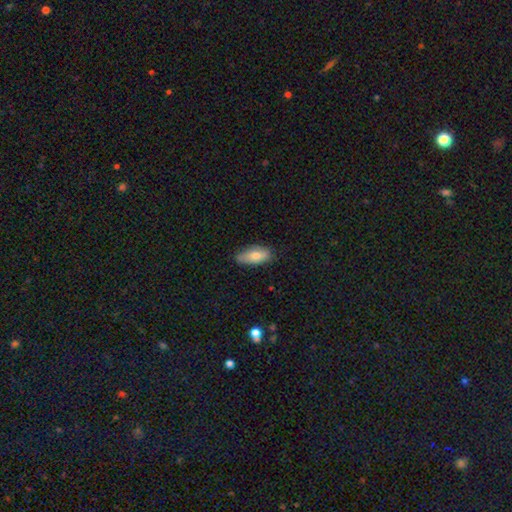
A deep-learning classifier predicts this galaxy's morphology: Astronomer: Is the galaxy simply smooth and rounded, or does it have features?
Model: smooth — 77%.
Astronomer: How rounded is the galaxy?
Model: in between — 87%.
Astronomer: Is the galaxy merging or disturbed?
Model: none — 73%.